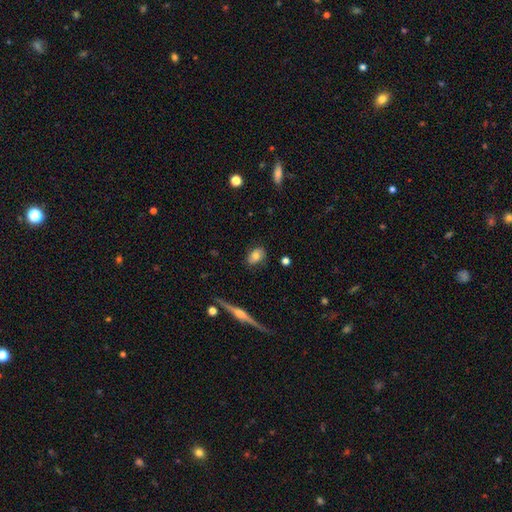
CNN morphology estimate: This is likely a smooth galaxy (65%). How rounded: likely in between (75%). Merging: likely none (79%).